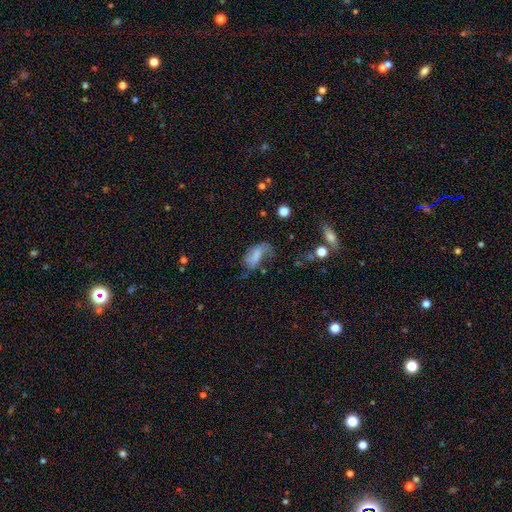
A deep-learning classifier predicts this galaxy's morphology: smooth-or-featured: smooth: 62% | featured or disk: 27% | star or artifact: 11%
  how-rounded: in between: 88% | cigar-shaped: 6% | round: 5%
  merging: major disturbance: 34% | none: 31% | minor disturbance: 29% | merger: 6%